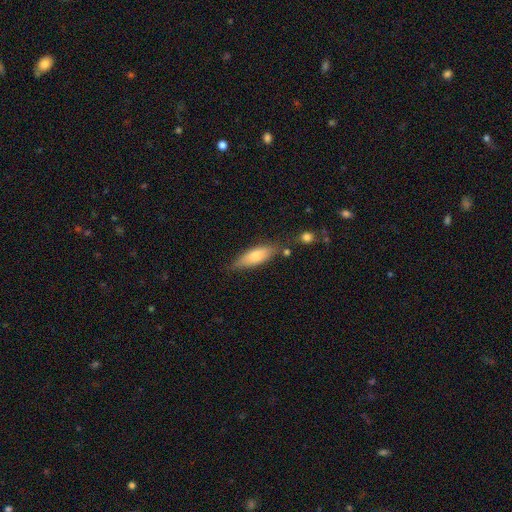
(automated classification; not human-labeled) smooth 75%, featured or disk 19%, star or artifact 6%. Down the decision tree: how rounded — in between (55%); merging — none (68%).